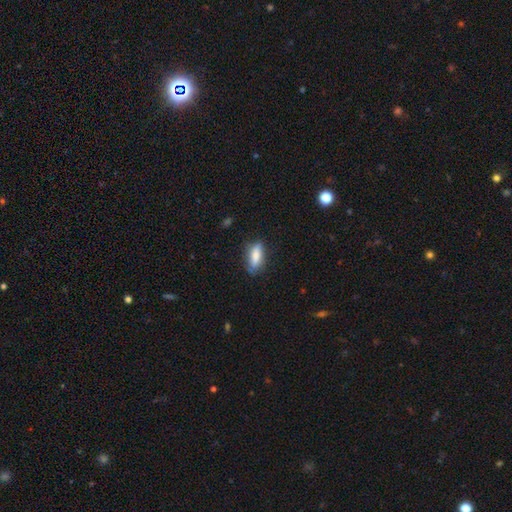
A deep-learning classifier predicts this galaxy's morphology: This appears to be a smooth galaxy with no disk features (75%) that is in between round and cigar-shaped (60%). Merging: none (74%).